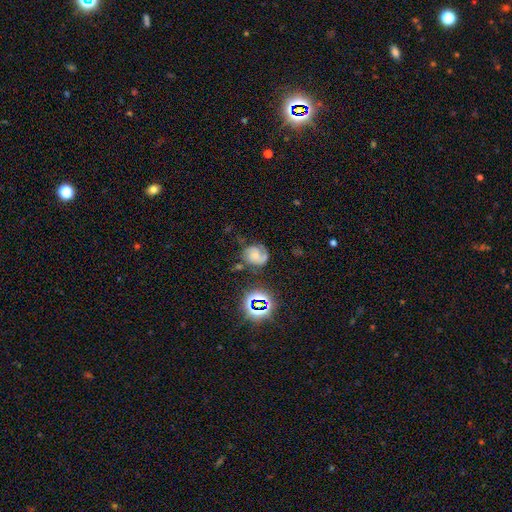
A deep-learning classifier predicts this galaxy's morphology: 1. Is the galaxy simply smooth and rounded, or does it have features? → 64% featured or disk, 22% smooth, 14% star or artifact.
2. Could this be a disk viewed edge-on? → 98% no, 2% yes.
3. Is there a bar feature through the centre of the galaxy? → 64% no, 29% weak, 8% strong.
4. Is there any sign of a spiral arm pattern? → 92% yes, 8% no.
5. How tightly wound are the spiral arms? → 45% tight, 43% medium, 13% loose.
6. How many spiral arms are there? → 65% 2, 15% 1, 11% can't tell, 5% 3, 1% 4, 1% more than 4.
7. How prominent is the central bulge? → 35% small, 29% moderate, 26% none, 8% large, 2% dominant.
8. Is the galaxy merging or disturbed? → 59% none, 23% minor disturbance, 13% major disturbance, 5% merger.